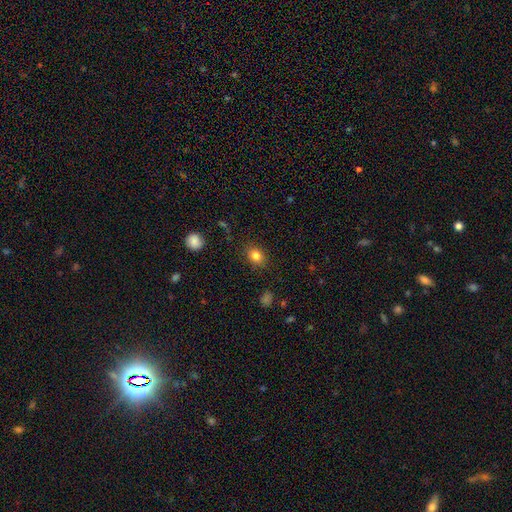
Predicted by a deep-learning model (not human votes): Smooth or featured? Predicted: smooth (p=0.83). How rounded? Predicted: in between (p=0.50). Merging? Predicted: none (p=0.86).